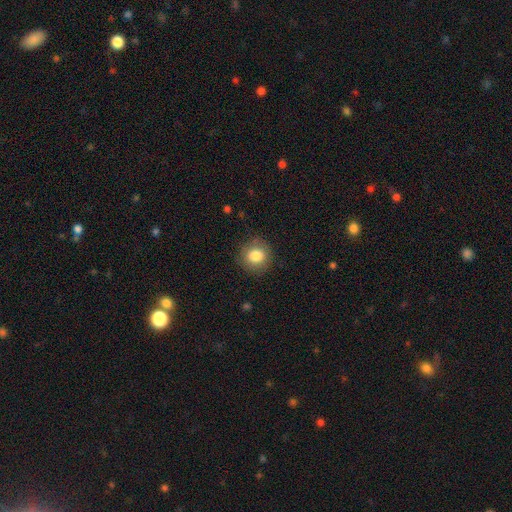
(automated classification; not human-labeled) A smooth galaxy with no disk features (83%) that is round (90%). Merging: none (86%).